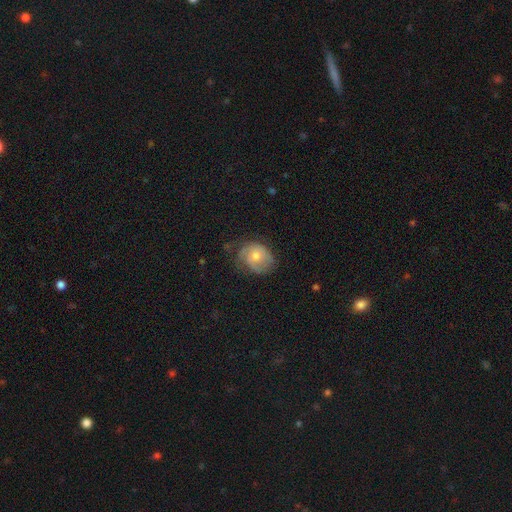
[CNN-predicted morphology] This appears to be a featured or disk galaxy (53%) with no bar (78%), spiral arms (79%) and a moderate central bulge (57%). Merging: none (56%).